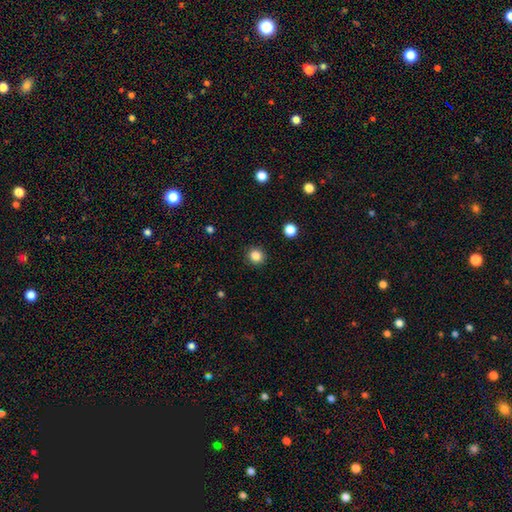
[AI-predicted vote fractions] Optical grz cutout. It shows a smooth galaxy with no disk features (85%) that is round (92%). Merging: none (92%).